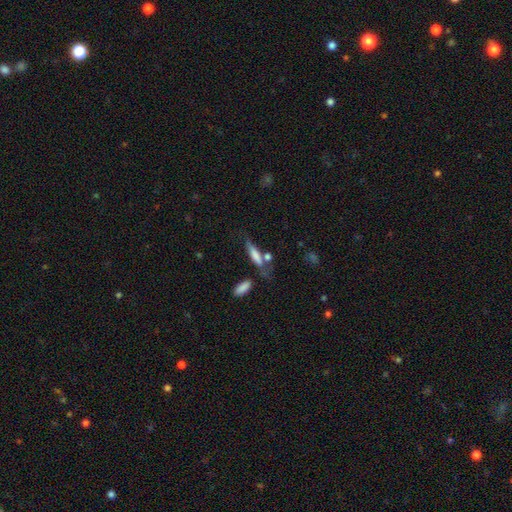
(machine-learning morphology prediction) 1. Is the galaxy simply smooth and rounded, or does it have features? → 69% smooth, 23% featured or disk, 8% star or artifact.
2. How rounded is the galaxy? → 71% cigar-shaped, 26% in between, 3% round.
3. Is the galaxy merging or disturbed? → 53% none, 20% minor disturbance, 17% merger, 10% major disturbance.